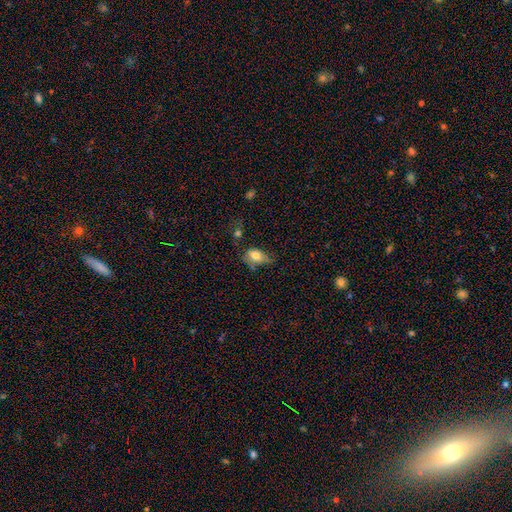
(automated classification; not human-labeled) A smooth galaxy with no disk features (73%) that is in between round and cigar-shaped (85%).

Vote fractions:
- Smooth or featured? smooth: 73% / featured or disk: 19% / star or artifact: 9%
- How rounded? in between: 85% / round: 13% / cigar-shaped: 3%
- Merging? minor disturbance: 37% / none: 33% / major disturbance: 24% / merger: 6%